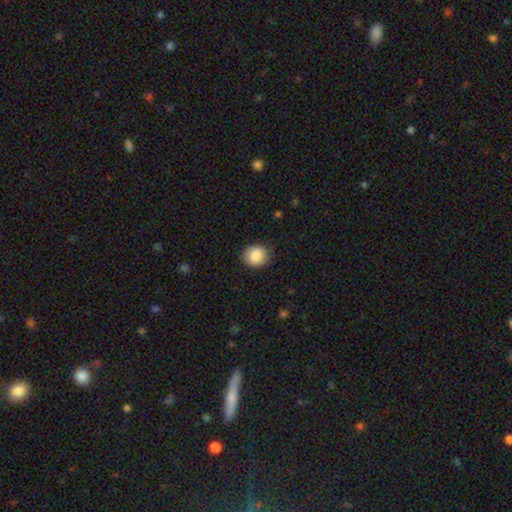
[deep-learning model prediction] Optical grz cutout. It shows a smooth galaxy with no disk features (87%) that is round (75%). Merging: none (85%).